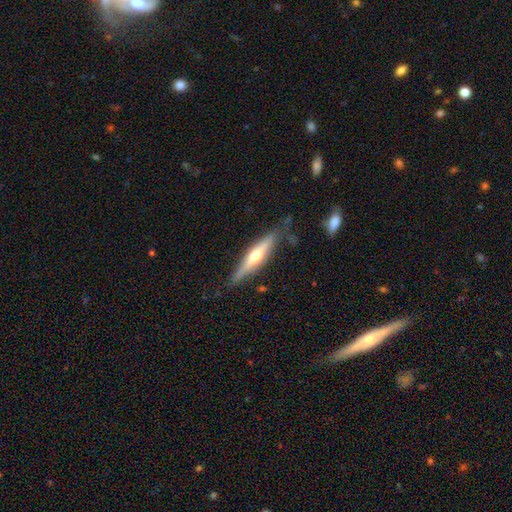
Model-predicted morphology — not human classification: featured or disk 61%, smooth 33%, star or artifact 6%. Down the decision tree: edge-on disk — yes (93%); edge-on bulge — rounded (83%); merging — none (78%).